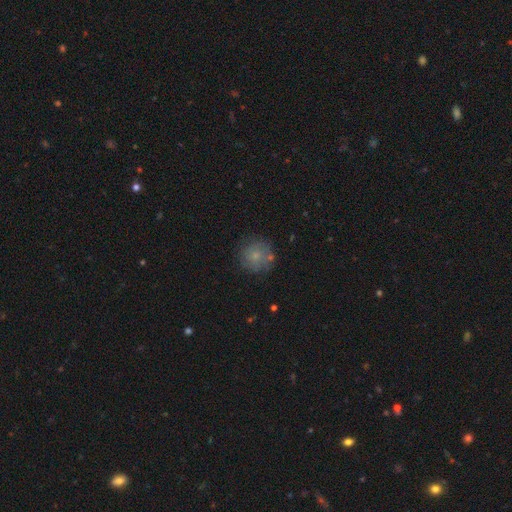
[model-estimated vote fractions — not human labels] The model was most divided on "smooth or featured": smooth: 71%, featured or disk: 19%, star or artifact: 10%. More confident: how rounded — round (93%); merging — none (73%).